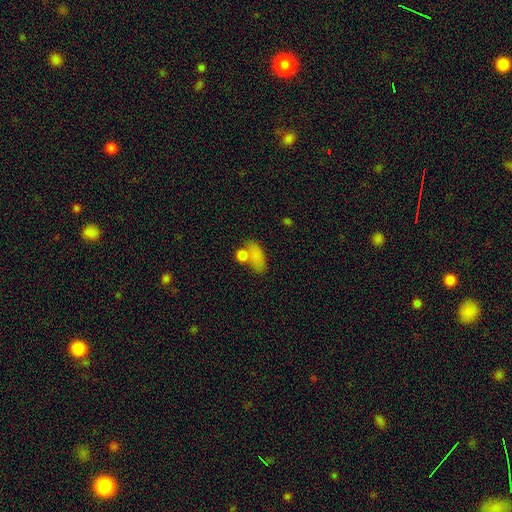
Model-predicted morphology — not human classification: type=smooth (79%); roundness=in between (77%); merging=none (44%).